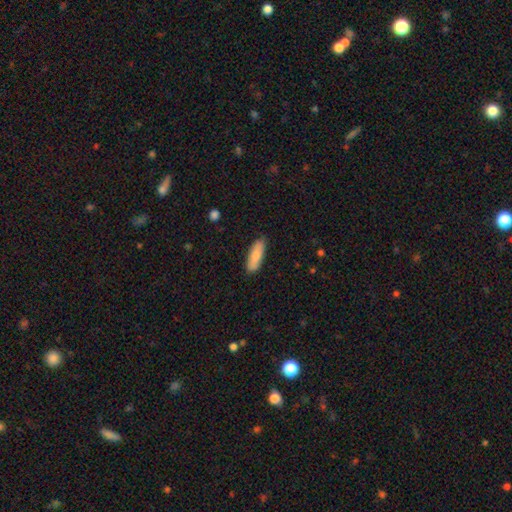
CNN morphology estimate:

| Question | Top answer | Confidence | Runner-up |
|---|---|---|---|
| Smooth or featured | smooth | 85% | featured or disk (10%) |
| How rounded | in between | 56% | cigar-shaped (42%) |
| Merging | none | 86% | minor disturbance (11%) |